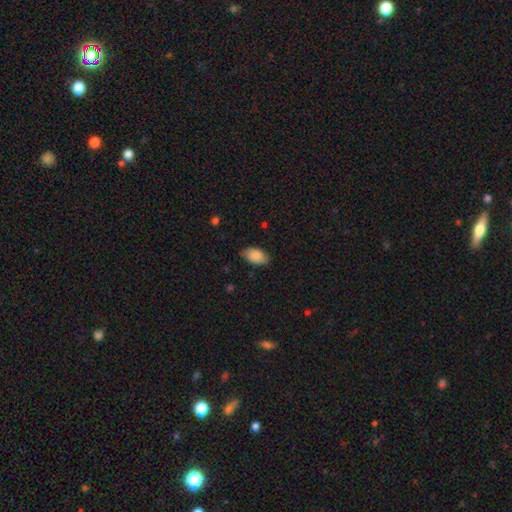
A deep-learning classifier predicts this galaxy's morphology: smooth 80%, featured or disk 13%, star or artifact 7%. Down the decision tree: how rounded — in between (94%); merging — none (78%).